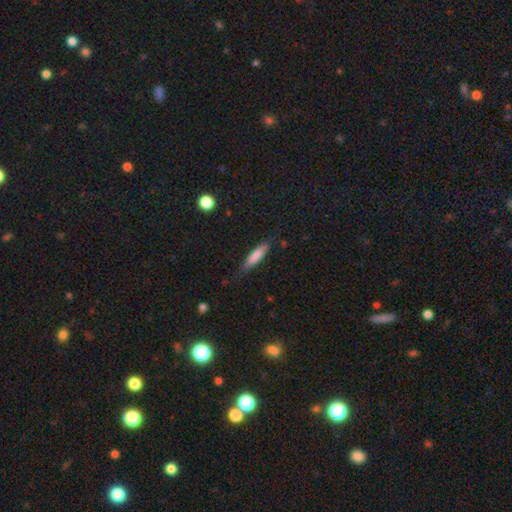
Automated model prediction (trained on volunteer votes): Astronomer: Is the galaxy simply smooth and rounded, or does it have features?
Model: smooth — 76%.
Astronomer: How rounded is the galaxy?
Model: cigar-shaped — 79%.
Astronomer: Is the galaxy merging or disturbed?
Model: none — 78%.